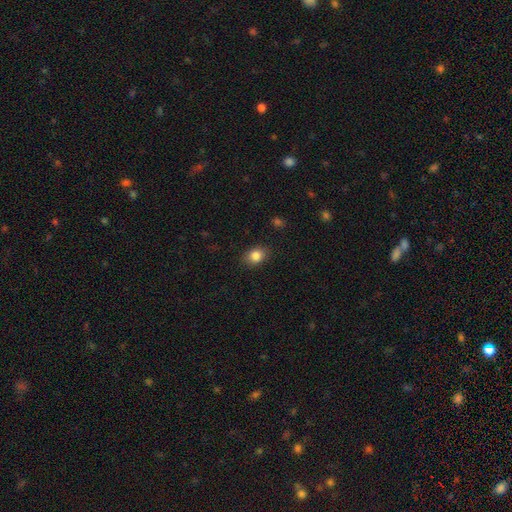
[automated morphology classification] smooth-or-featured: smooth: 84% | star or artifact: 10% | featured or disk: 6%
  how-rounded: in between: 60% | round: 39% | cigar-shaped: 1%
  merging: none: 86% | minor disturbance: 10% | major disturbance: 3% | merger: 1%